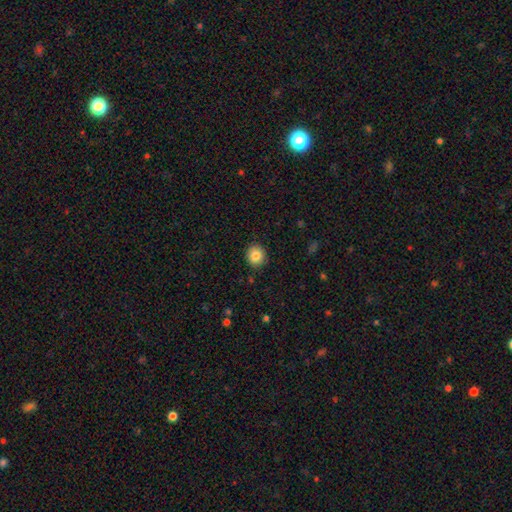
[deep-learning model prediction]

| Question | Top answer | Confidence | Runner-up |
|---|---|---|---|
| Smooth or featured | smooth | 84% | star or artifact (9%) |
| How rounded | round | 83% | in between (17%) |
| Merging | none | 91% | minor disturbance (7%) |